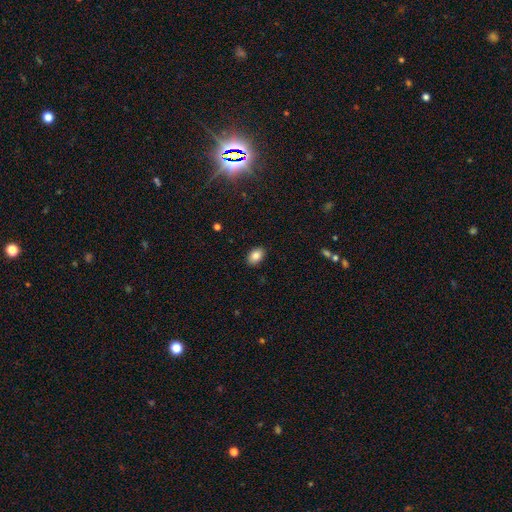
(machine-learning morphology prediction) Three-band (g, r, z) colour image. It shows a smooth galaxy with no disk features (85%) that is in between round and cigar-shaped (86%). Merging: none (89%).